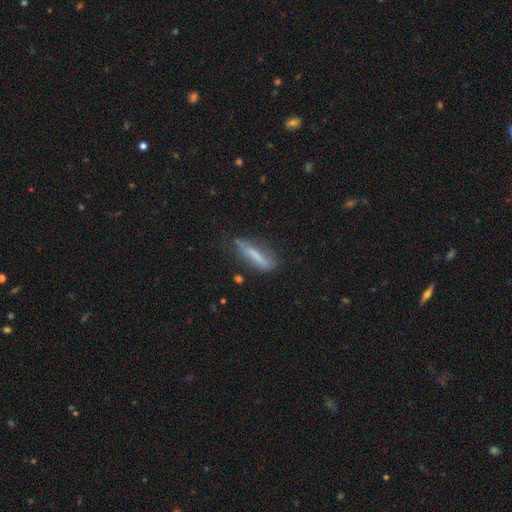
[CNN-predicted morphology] A smooth galaxy with no disk features (59%) that is cigar-shaped (78%).

Vote fractions:
- Smooth or featured? smooth: 59% / featured or disk: 33% / star or artifact: 9%
- How rounded? cigar-shaped: 78% / in between: 20% / round: 2%
- Merging? none: 58% / minor disturbance: 28% / major disturbance: 11% / merger: 3%